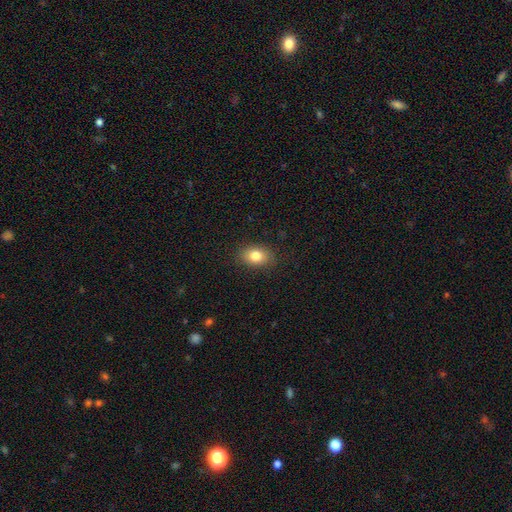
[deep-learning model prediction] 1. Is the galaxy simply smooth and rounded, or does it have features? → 82% smooth, 9% star or artifact, 9% featured or disk.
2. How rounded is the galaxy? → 76% in between, 22% round, 1% cigar-shaped.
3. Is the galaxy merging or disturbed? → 87% none, 9% minor disturbance, 2% major disturbance, 1% merger.